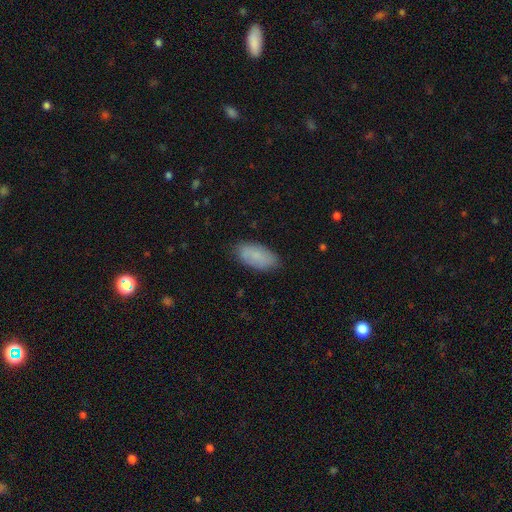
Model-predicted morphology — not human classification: smooth-or-featured: smooth: 81% | featured or disk: 12% | star or artifact: 7%
  how-rounded: in between: 92% | cigar-shaped: 6% | round: 2%
  merging: none: 83% | minor disturbance: 13% | major disturbance: 3% | merger: 1%